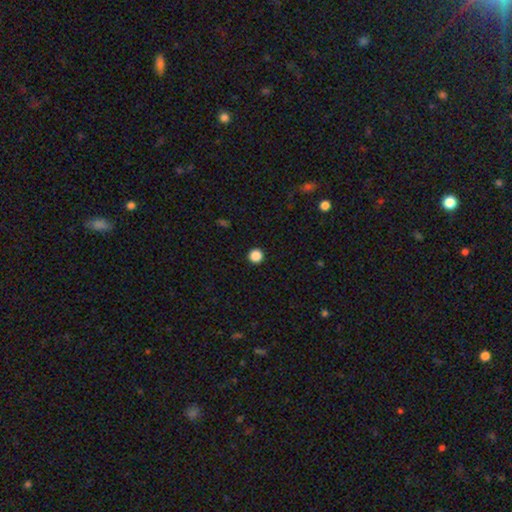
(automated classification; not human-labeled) Smooth or featured? smooth (87%)
How rounded? round (96%)
Merging? none (94%)